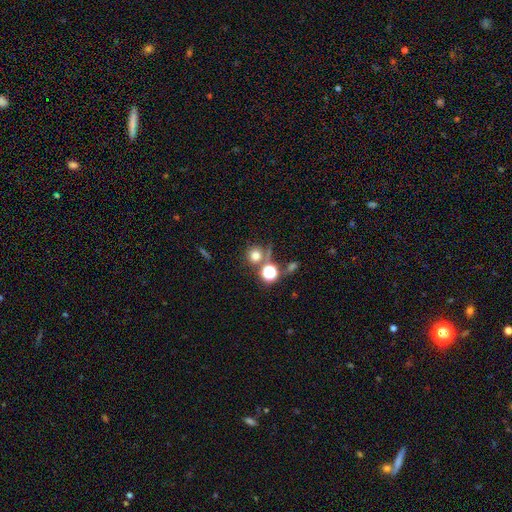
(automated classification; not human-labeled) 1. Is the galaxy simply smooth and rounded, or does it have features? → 70% smooth, 19% star or artifact, 11% featured or disk.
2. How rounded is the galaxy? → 88% round, 11% in between, 1% cigar-shaped.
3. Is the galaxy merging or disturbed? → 59% none, 23% merger, 11% minor disturbance, 8% major disturbance.